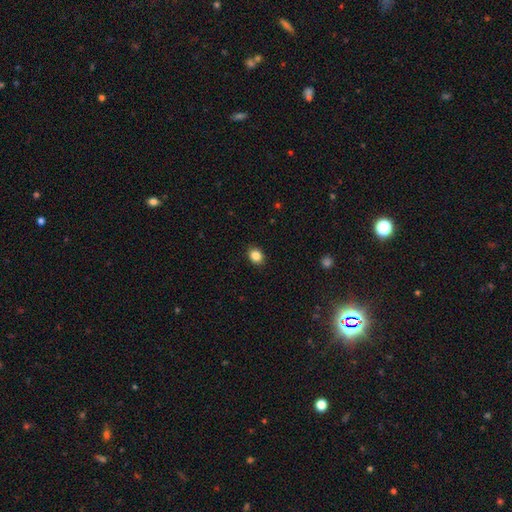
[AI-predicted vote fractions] Q: Smooth or featured?
A: smooth (86%); runner-up: star or artifact (10%)
Q: How rounded?
A: in between (51%); runner-up: round (48%)
Q: Merging?
A: none (90%); runner-up: minor disturbance (7%)